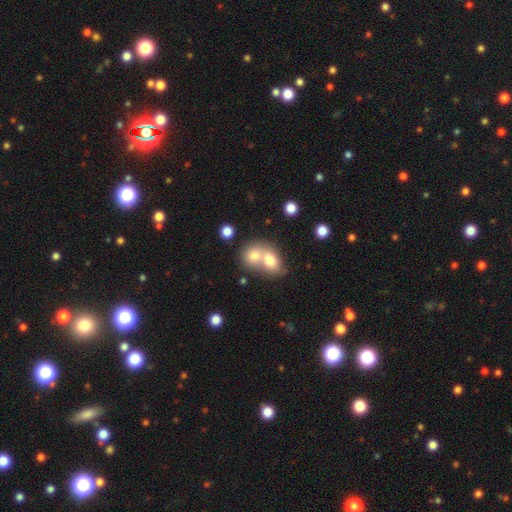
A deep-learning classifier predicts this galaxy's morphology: smooth-or-featured: smooth: 70% | featured or disk: 19% | star or artifact: 11%
  how-rounded: round: 55% | in between: 44% | cigar-shaped: 1%
  merging: merger: 71% | none: 21% | minor disturbance: 5% | major disturbance: 2%